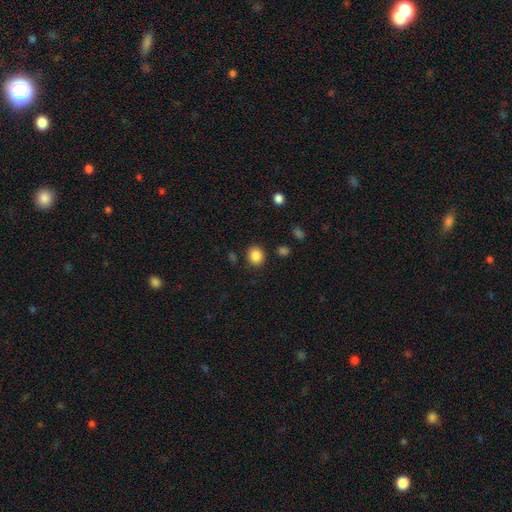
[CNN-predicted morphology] Smooth or featured: smooth — 86% (star or artifact — 10%)
How rounded: round — 78% (in between — 22%)
Merging: none — 88% (minor disturbance — 7%)